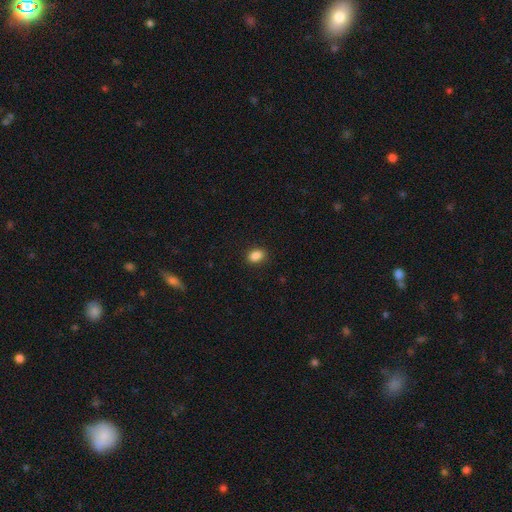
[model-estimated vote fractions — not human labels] Overall: smooth (88%). How rounded: in between (73%). Merging: none (89%).